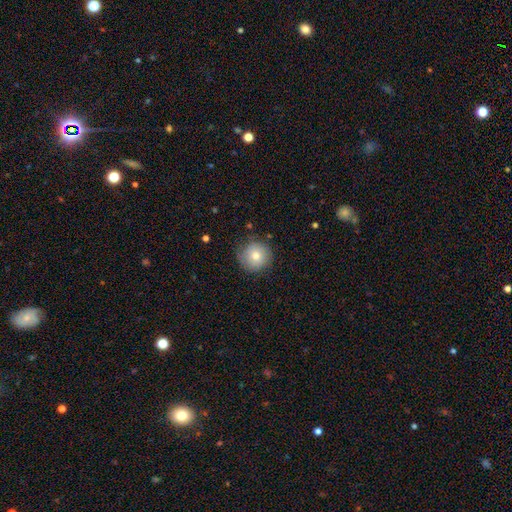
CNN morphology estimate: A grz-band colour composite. It shows a smooth galaxy with no disk features (76%) that is round (95%). Merging: none (80%).